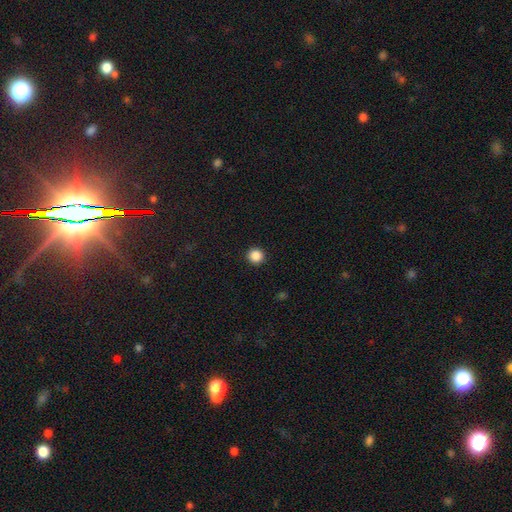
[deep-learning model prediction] A smooth galaxy with no disk features (87%) that is round (95%).

Vote fractions:
- Smooth or featured? smooth: 87% / star or artifact: 10% / featured or disk: 3%
- How rounded? round: 95% / in between: 4% / cigar-shaped: 1%
- Merging? none: 93% / minor disturbance: 4% / major disturbance: 2% / merger: 1%